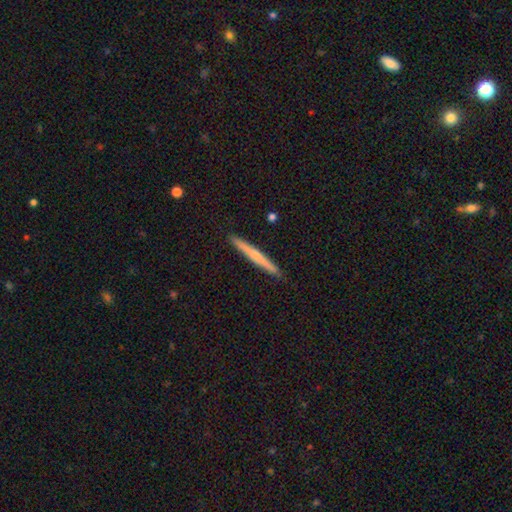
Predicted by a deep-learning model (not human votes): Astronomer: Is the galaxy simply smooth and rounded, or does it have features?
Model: smooth — 50% (runner-up: featured or disk, 44%).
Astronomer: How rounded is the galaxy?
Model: cigar-shaped — 96%.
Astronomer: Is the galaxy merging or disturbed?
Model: none — 92%.